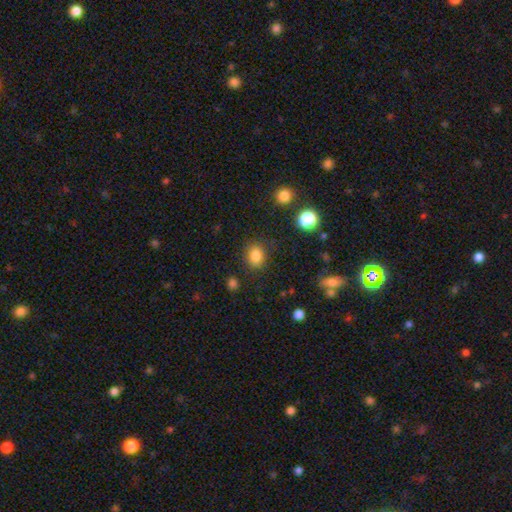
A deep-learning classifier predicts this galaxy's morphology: Overall: smooth (83%). How rounded: round (56%; in between 43%). Merging: none (84%).